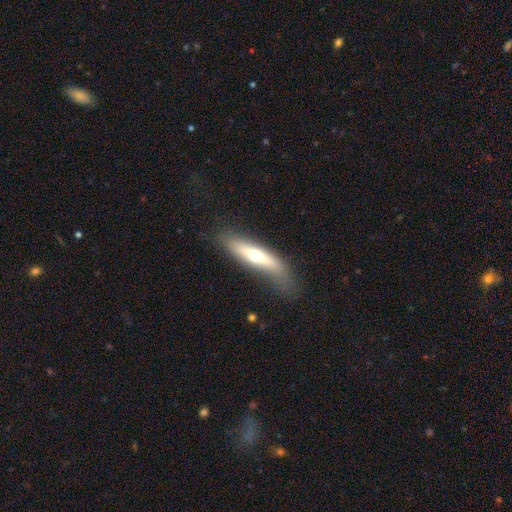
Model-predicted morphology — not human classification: smooth 49%, featured or disk 45%, star or artifact 6%. Down the decision tree: merging — none (70%).